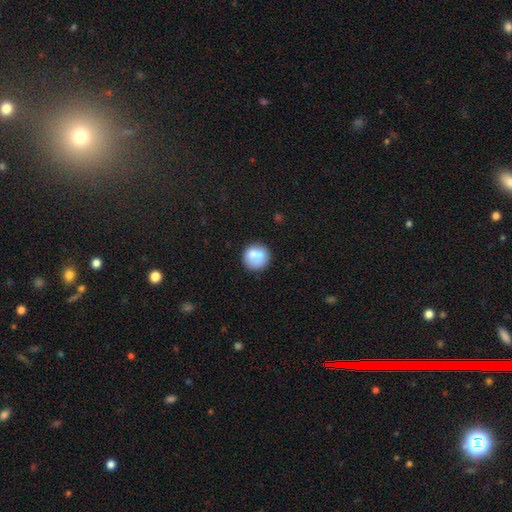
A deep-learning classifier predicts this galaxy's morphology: Smooth or featured? Predicted: smooth (p=0.71). How rounded? Predicted: round (p=0.91). Merging? Predicted: none (p=0.60).